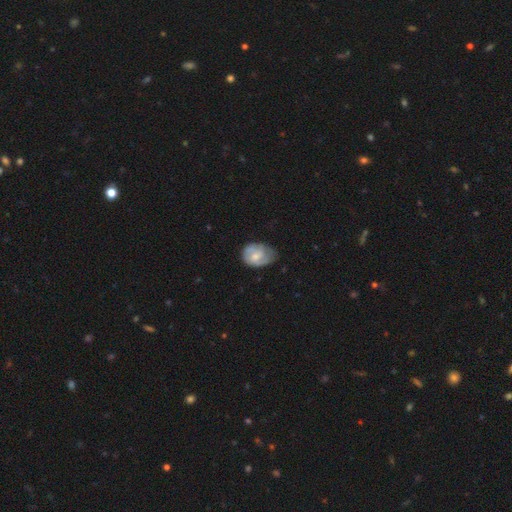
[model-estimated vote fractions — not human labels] A featured or disk galaxy (53%) with no bar (56%), spiral arms (83%) and a moderate central bulge (44%, tied with small).

Vote fractions:
- Smooth or featured? featured or disk: 53% / smooth: 41% / star or artifact: 6%
- Edge-on disk? no: 97% / yes: 3%
- Bar? no: 56% / weak: 38% / strong: 6%
- Spiral arms? yes: 83% / no: 17%
- Bulge size? moderate: 44% (tied) / small: 44% (tied) / none: 7% / large: 3% / dominant: 1%
- Merging? none: 55% / minor disturbance: 33% / major disturbance: 11% / merger: 1%